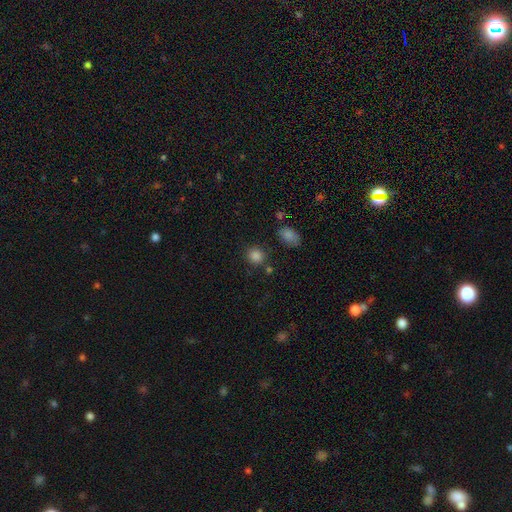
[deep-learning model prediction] Overall: smooth (84%). How rounded: round (83%). Merging: none (79%).